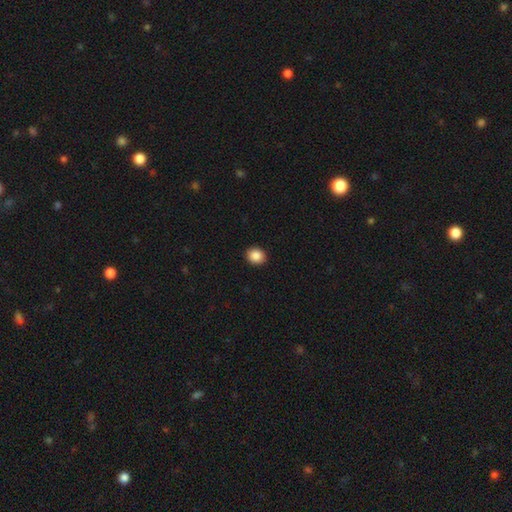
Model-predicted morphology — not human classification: A smooth galaxy with no disk features (87%) that is round (69%). Merging: none (92%).